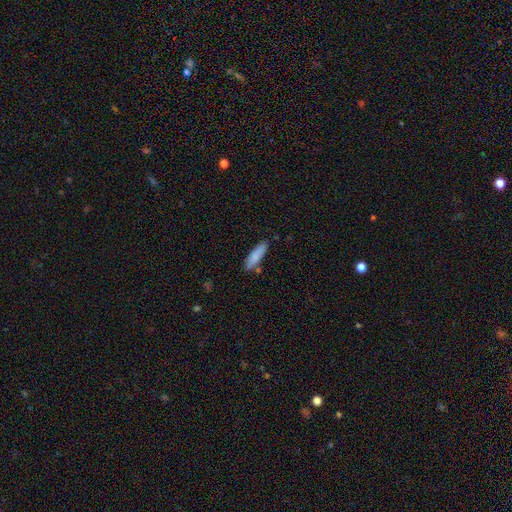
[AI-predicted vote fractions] A smooth galaxy with no disk features (84%) that is cigar-shaped (61%). Merging: none (79%).